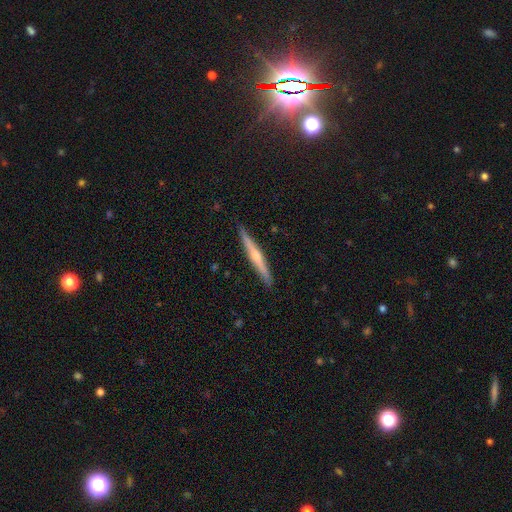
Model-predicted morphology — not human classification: type=featured or disk (67%); edge-on=yes (97%); edge-on bulge=rounded (80%); merging=none (90%).